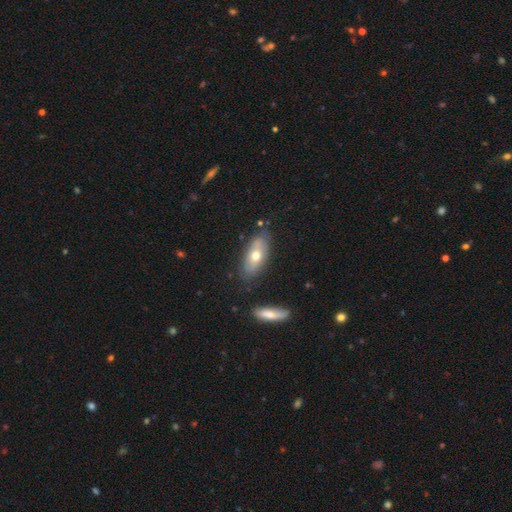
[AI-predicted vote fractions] smooth_or_featured: smooth (p=0.59) [alt: featured or disk p=0.35]
how_rounded: in between (p=0.81) [alt: cigar-shaped p=0.16]
merging: none (p=0.76) [alt: minor disturbance p=0.16]